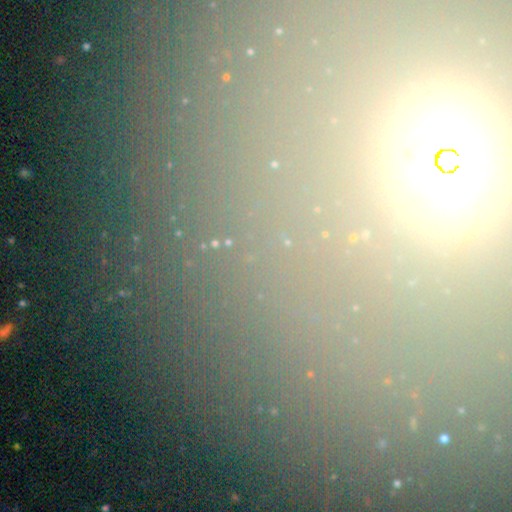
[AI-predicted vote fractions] smooth-or-featured: star or artifact: 65% | smooth: 23% | featured or disk: 13%